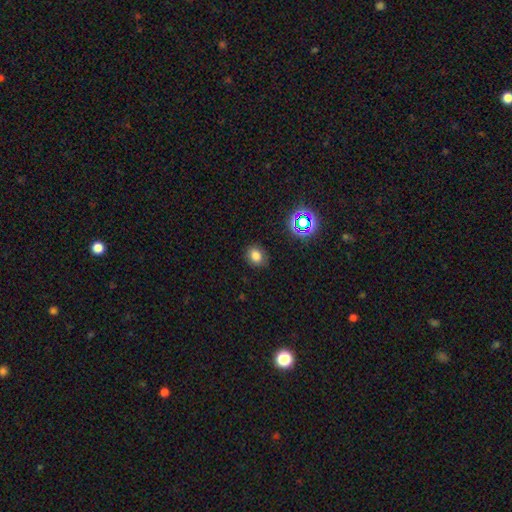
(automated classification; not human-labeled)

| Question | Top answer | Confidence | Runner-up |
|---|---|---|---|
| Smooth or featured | smooth | 78% | star or artifact (16%) |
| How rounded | in between | 50% | round (49%) |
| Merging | none | 86% | minor disturbance (10%) |